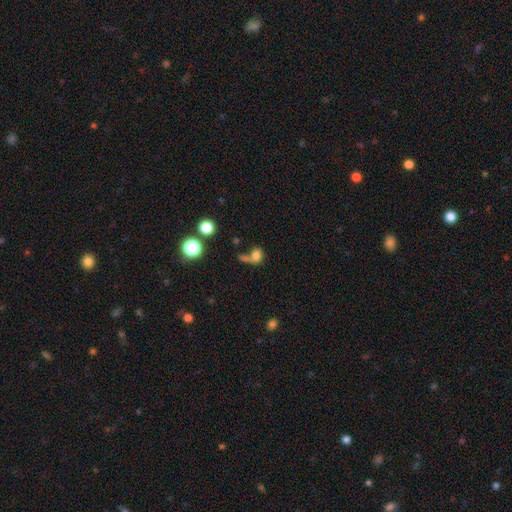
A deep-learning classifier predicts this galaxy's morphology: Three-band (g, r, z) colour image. It shows a smooth galaxy with no disk features (72%) that is round (65%). Merging: merger (35%).